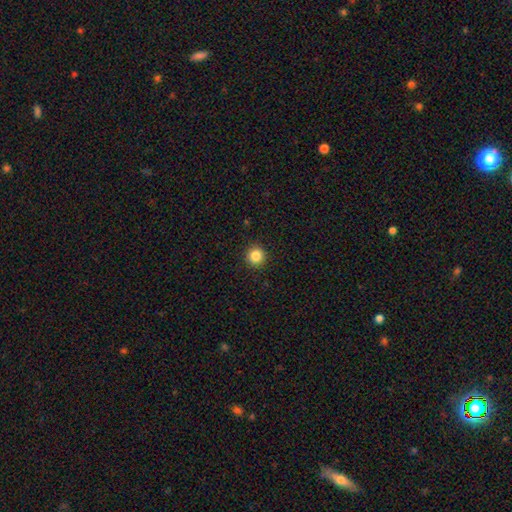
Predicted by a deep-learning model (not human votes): Overall: smooth (85%). How rounded: round (94%). Merging: none (93%).